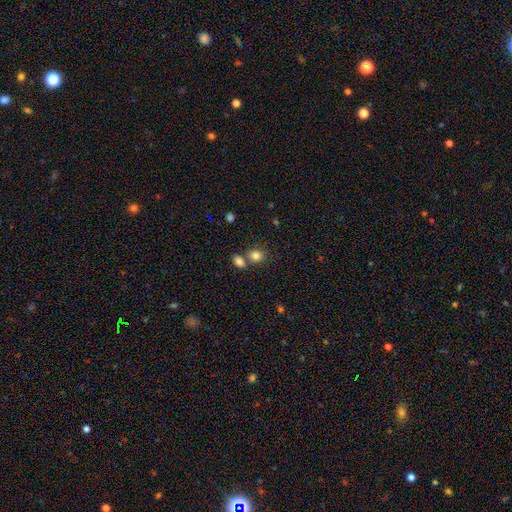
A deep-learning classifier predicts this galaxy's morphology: Smooth or featured?
  - smooth: 83% *
  - star or artifact: 10%
  - featured or disk: 7%
How rounded?
  - round: 67% *
  - in between: 32%
  - cigar-shaped: 1%
Merging?
  - none: 58% *
  - merger: 30%
  - minor disturbance: 9%
  - major disturbance: 3%